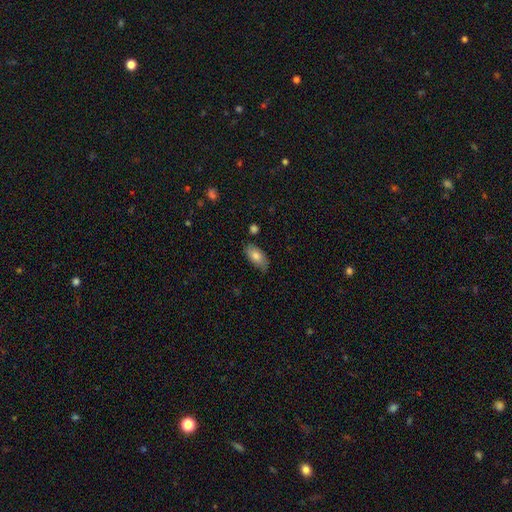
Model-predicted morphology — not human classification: A smooth galaxy with no disk features (79%) that is in between round and cigar-shaped (92%). Merging: none (73%).